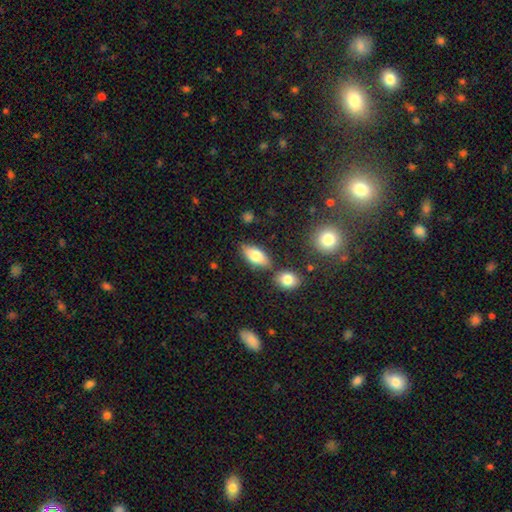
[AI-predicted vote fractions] Smooth or featured? Predicted: smooth (p=0.75). How rounded? Predicted: in between (p=0.87). Merging? Predicted: none (p=0.75).